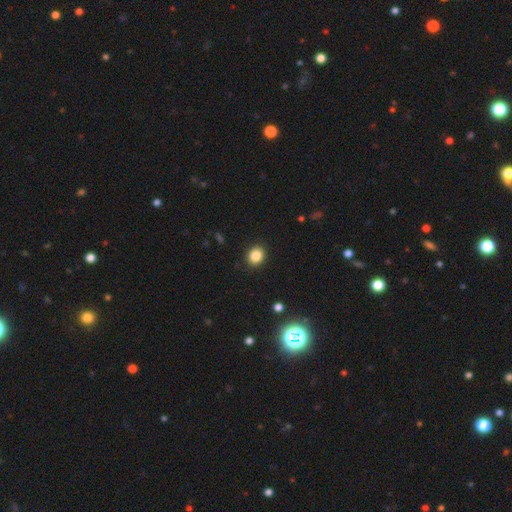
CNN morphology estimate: Smooth or featured? Predicted: smooth (p=0.85). How rounded? Predicted: round (p=0.71). Merging? Predicted: none (p=0.90).